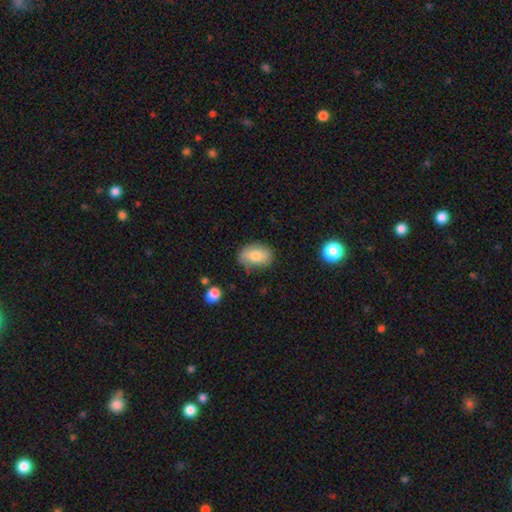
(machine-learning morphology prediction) A smooth galaxy with no disk features (74%) that is in between round and cigar-shaped (83%). Merging: none (76%).